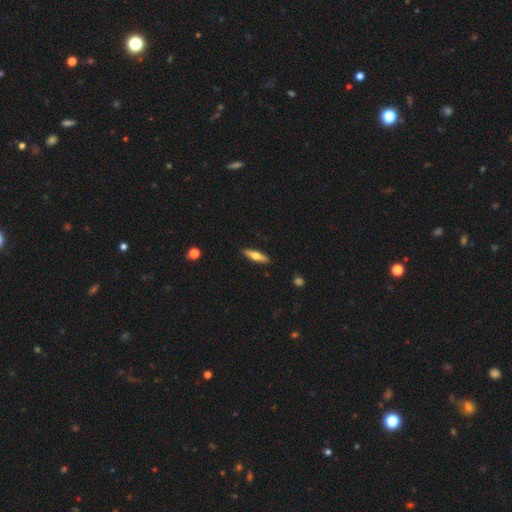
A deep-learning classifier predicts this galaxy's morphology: A featured or disk galaxy (48%).

Vote fractions:
- Smooth or featured? featured or disk: 48% / smooth: 46% / star or artifact: 6%
- Merging? none: 90% / minor disturbance: 7% / major disturbance: 2% / merger: 1%